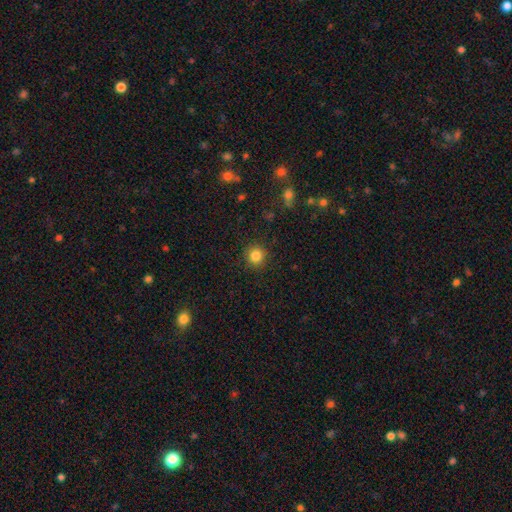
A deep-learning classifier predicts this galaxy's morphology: A smooth galaxy with no disk features (84%) that is round (93%).

Vote fractions:
- Smooth or featured? smooth: 84% / star or artifact: 12% / featured or disk: 5%
- How rounded? round: 93% / in between: 6% / cigar-shaped: 1%
- Merging? none: 90% / minor disturbance: 6% / major disturbance: 2% / merger: 1%